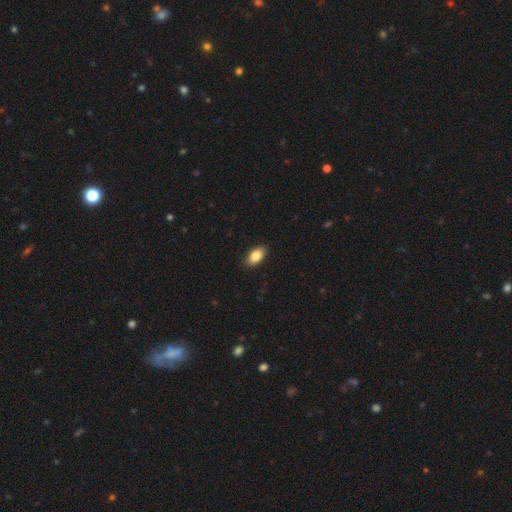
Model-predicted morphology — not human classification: Smooth or featured: smooth — 85% (featured or disk — 8%)
How rounded: in between — 91% (round — 5%)
Merging: none — 87% (minor disturbance — 10%)